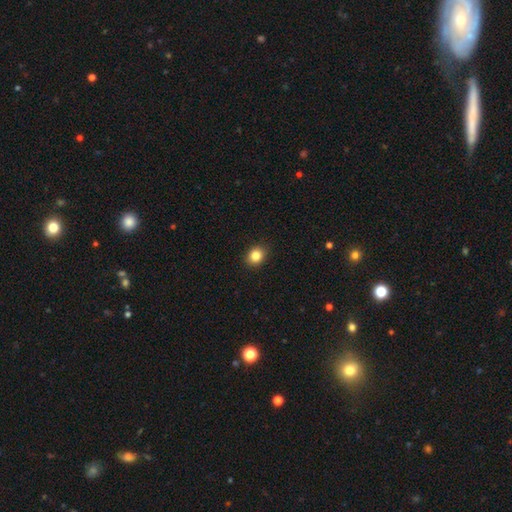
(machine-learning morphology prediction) smooth 84%, star or artifact 10%, featured or disk 5%. Down the decision tree: how rounded — round (62%); merging — none (90%).